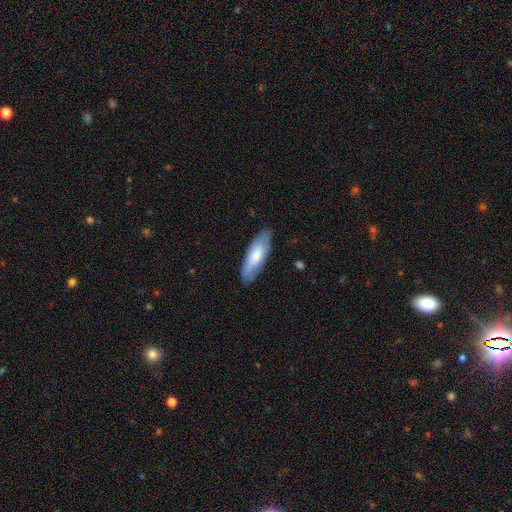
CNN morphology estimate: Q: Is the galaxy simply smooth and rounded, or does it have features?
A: smooth — 67%.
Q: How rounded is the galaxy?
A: in between — 57%.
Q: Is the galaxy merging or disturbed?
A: none — 79%.